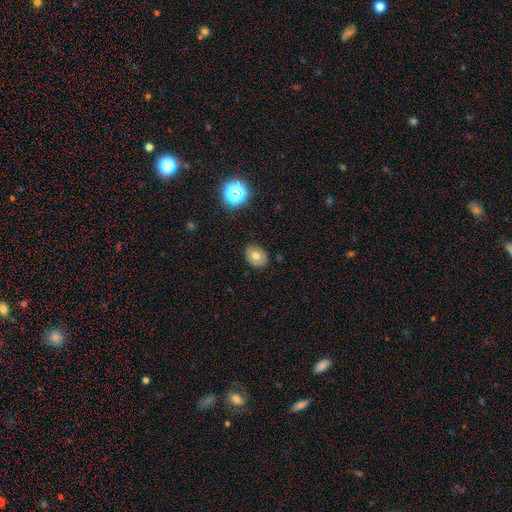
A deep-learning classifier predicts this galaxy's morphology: Smooth or featured? Predicted: smooth (p=0.64). How rounded? Predicted: in between (p=0.56). Merging? Predicted: none (p=0.85).